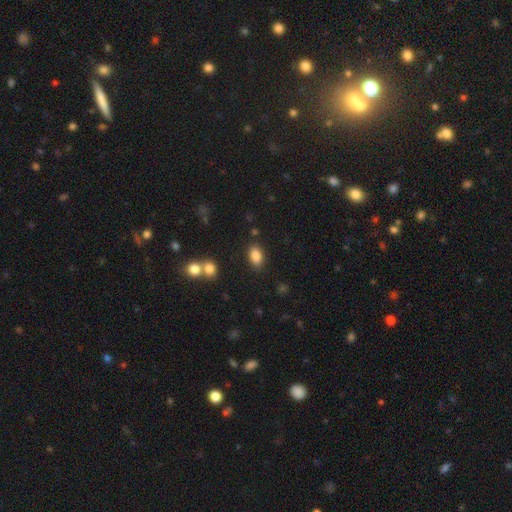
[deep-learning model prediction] A smooth galaxy with no disk features (85%) that is in between round and cigar-shaped (90%). Merging: none (83%).